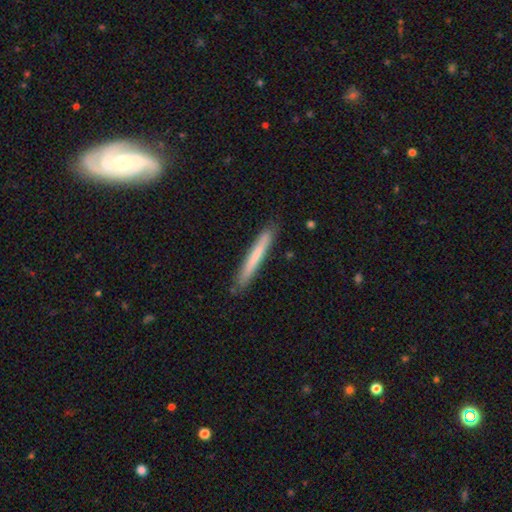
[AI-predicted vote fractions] The model was most divided on "smooth or featured": smooth: 68%, featured or disk: 26%, star or artifact: 6%. More confident: how rounded — cigar-shaped (97%); merging — none (88%).